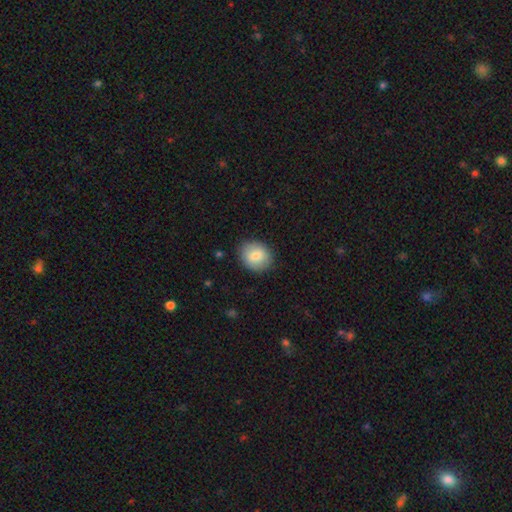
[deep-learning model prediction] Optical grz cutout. It shows a smooth galaxy with no disk features (79%) that is round (65%). Merging: none (86%).